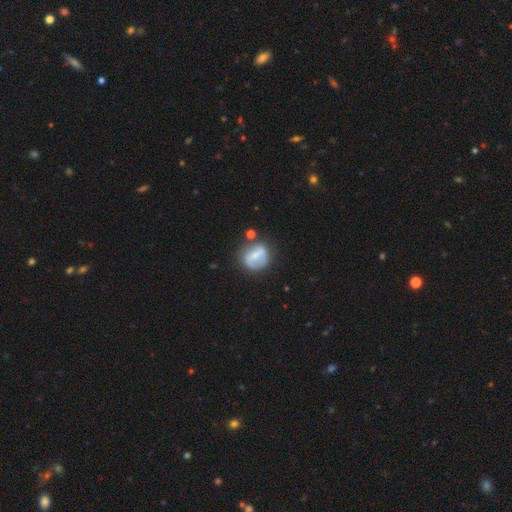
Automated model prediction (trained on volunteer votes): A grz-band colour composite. It shows a smooth galaxy with no disk features (50%). Merging: none (64%).